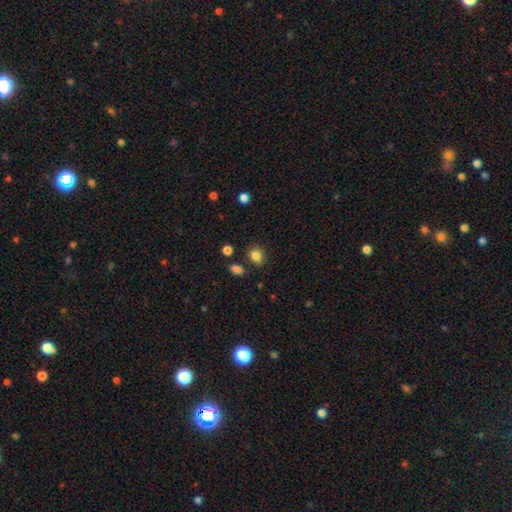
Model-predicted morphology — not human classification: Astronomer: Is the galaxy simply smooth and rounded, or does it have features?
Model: smooth — 84%.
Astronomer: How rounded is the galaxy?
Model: round — 58% (runner-up: in between, 41%).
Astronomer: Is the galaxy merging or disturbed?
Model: none — 81%.